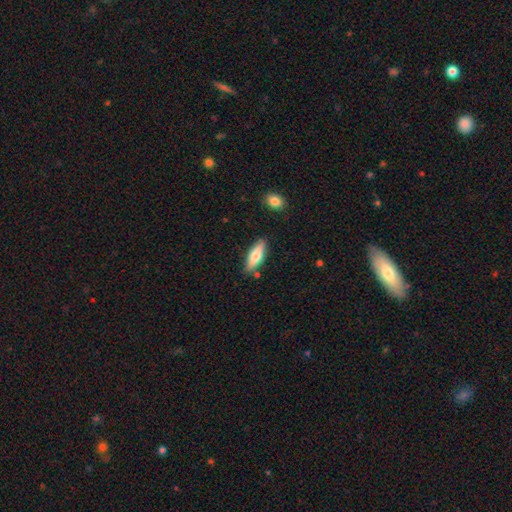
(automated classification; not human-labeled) Smooth or featured? Predicted: smooth (p=0.66). How rounded? Predicted: in between (p=0.55). Merging? Predicted: none (p=0.82).